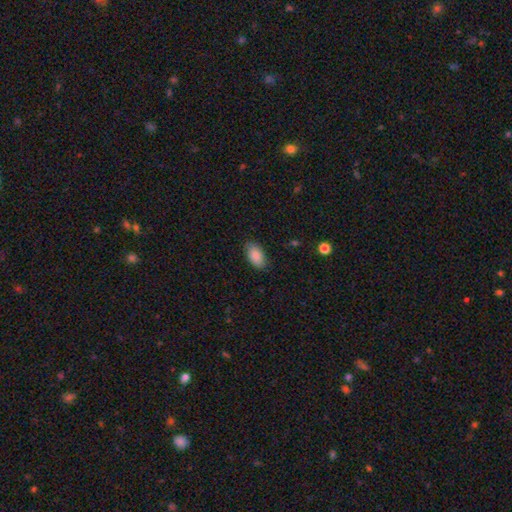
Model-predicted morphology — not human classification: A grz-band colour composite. It shows a smooth galaxy with no disk features (88%) that is in between round and cigar-shaped (94%). Merging: none (85%).